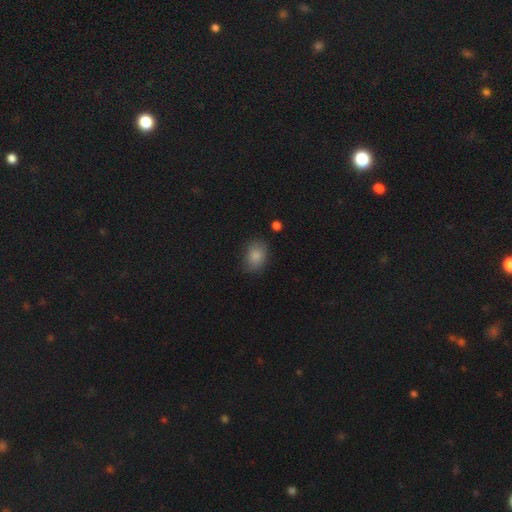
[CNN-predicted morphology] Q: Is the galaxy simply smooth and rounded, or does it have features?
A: smooth — 84%.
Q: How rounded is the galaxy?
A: in between — 80%.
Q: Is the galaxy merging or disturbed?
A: none — 78%.